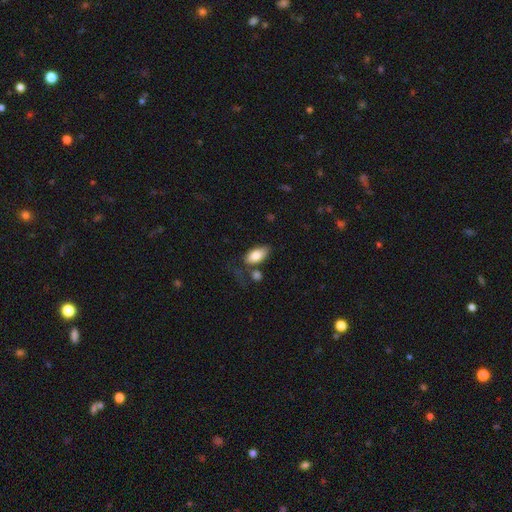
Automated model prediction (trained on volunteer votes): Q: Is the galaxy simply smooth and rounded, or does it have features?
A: smooth — 83%.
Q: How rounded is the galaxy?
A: in between — 93%.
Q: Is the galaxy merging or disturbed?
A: none — 56%.